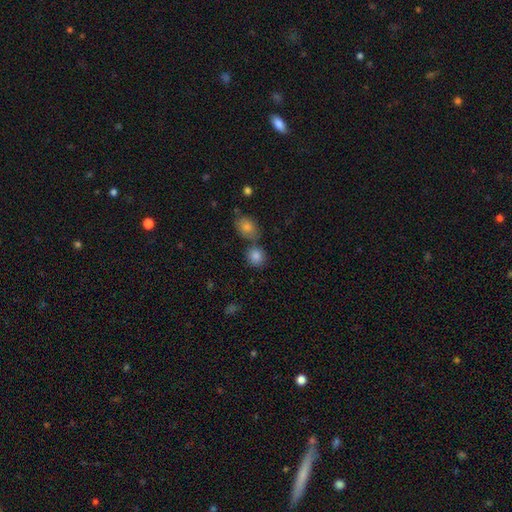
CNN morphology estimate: Smooth or featured: smooth — 85% (star or artifact — 9%)
How rounded: round — 79% (in between — 19%)
Merging: none — 60% (merger — 27%)